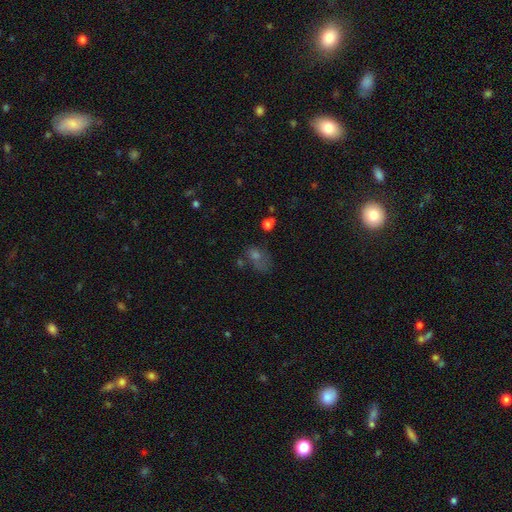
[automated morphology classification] A smooth galaxy with no disk features (48%).

Vote fractions:
- Smooth or featured? smooth: 48% / star or artifact: 30% / featured or disk: 22%
- Merging? none: 42% / major disturbance: 24% / minor disturbance: 21% / merger: 13%